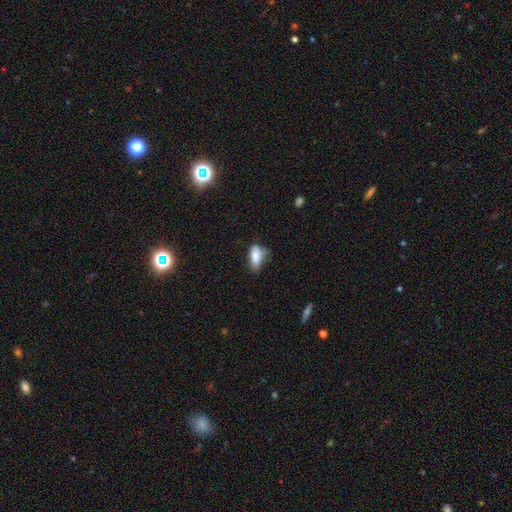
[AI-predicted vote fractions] A smooth galaxy with no disk features (82%) that is in between round and cigar-shaped (89%). Merging: none (44%).